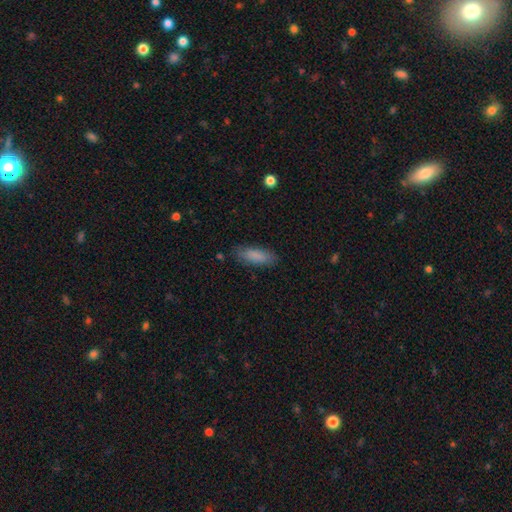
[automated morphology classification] Smooth or featured? smooth (85%)
How rounded? in between (61%)
Merging? none (82%)